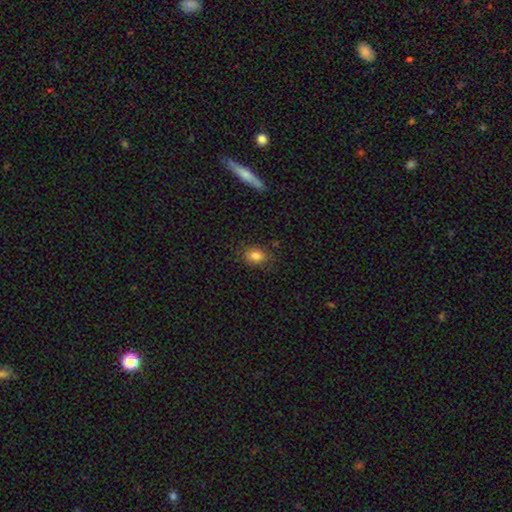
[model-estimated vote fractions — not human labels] Smooth or featured: smooth — 84% (star or artifact — 11%)
How rounded: in between — 70% (round — 29%)
Merging: none — 82% (minor disturbance — 13%)